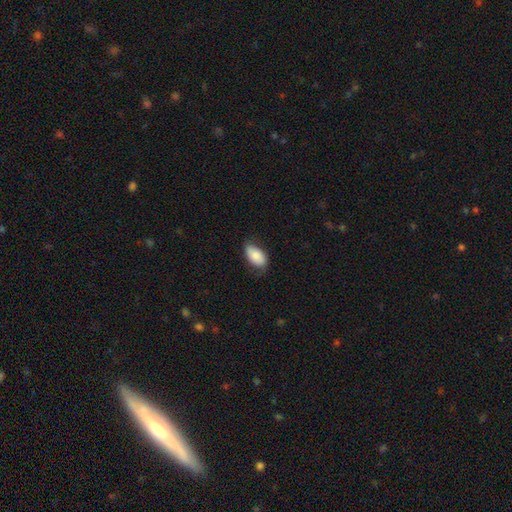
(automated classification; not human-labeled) Smooth or featured? smooth (80%)
How rounded? in between (94%)
Merging? none (71%)